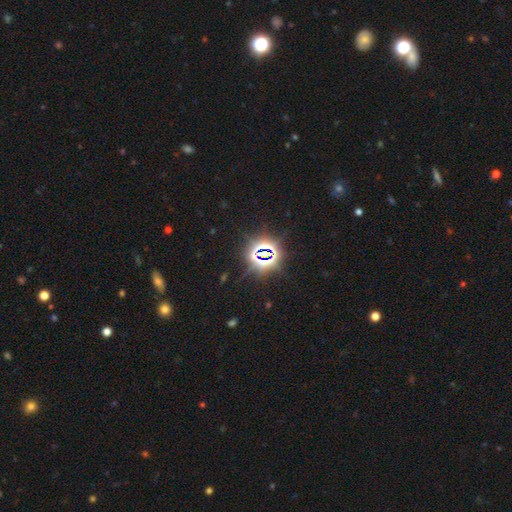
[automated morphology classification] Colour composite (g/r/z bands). It shows a star or artifact, not a galaxy (80%).